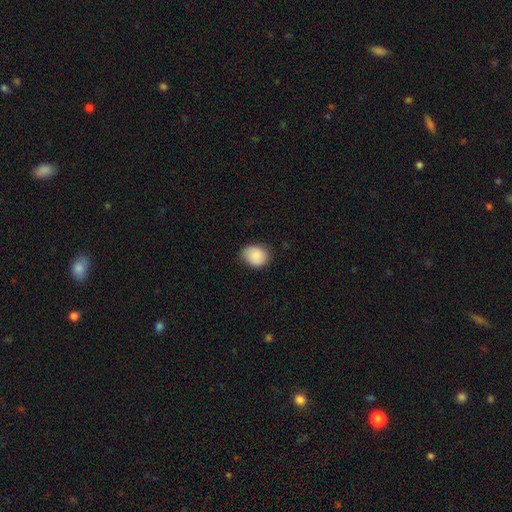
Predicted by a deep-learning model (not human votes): The model was most divided on "how rounded": round: 57%, in between: 42%, cigar-shaped: 1%. More confident: smooth or featured — smooth (88%); merging — none (80%).